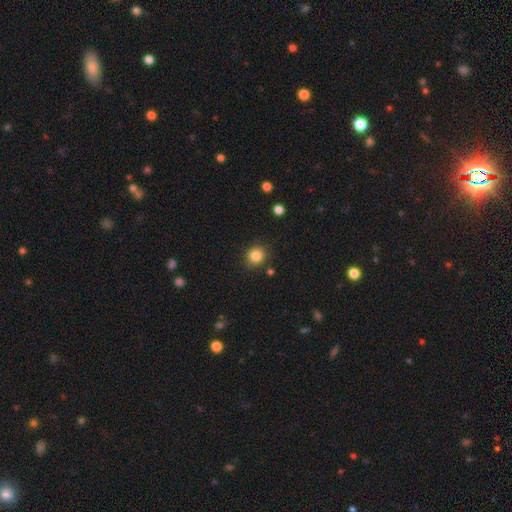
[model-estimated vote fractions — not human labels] This appears to be a smooth galaxy with no disk features (84%) that is round (88%). Merging: none (87%).